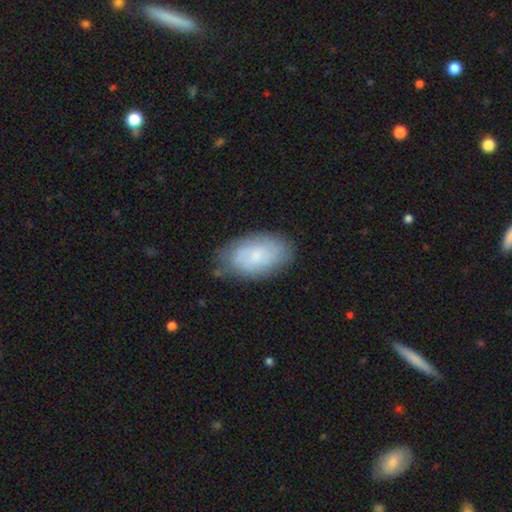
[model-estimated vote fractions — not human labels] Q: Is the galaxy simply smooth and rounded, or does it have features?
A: smooth — 55%.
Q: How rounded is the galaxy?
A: in between — 92%.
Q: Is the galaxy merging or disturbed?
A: none — 71%.